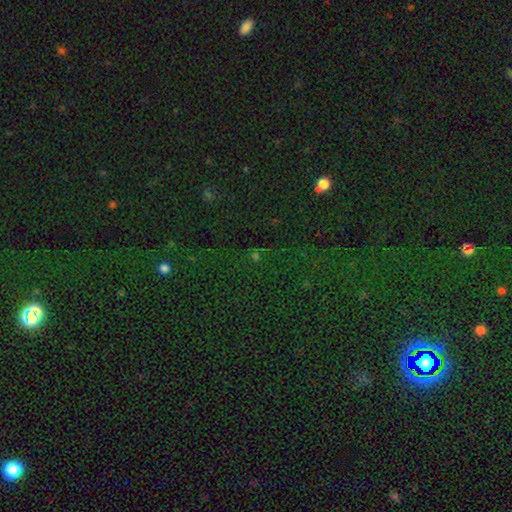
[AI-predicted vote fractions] Overall: star or artifact (60%; smooth 32%).